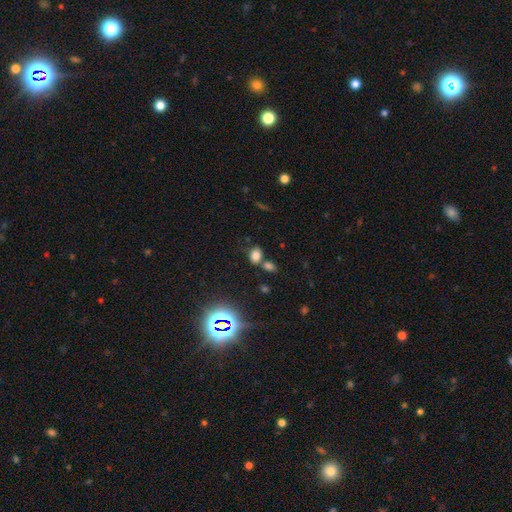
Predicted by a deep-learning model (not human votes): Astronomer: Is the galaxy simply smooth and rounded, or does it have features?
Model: smooth — 74%.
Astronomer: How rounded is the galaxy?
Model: in between — 72%.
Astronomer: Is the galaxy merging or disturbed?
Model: none — 57%.